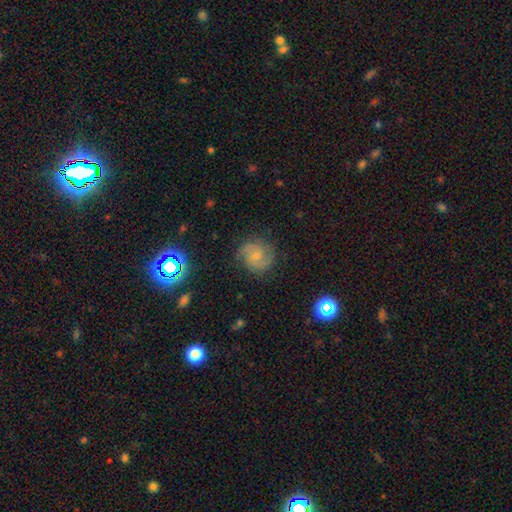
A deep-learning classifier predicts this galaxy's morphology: Overall: featured or disk (70%). Edge-on disk: no (98%). Bar: no (61%; weak 34%). Spiral arms: yes (95%). Spiral arm count: 2 (78%). Spiral winding: medium (47%; tight 39%). Bulge size: small (61%; moderate 29%). Merging: none (79%).